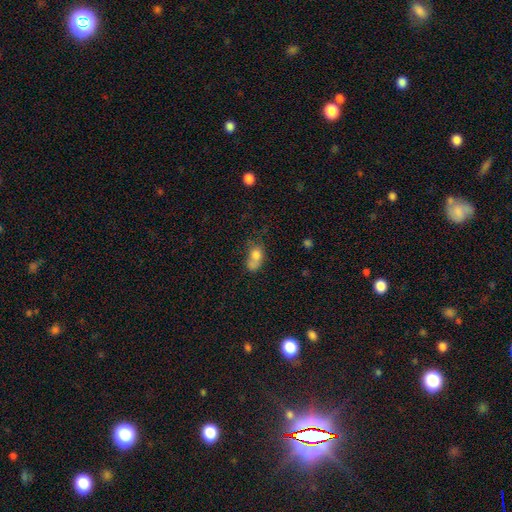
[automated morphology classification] Q: Smooth or featured?
A: smooth (74%); runner-up: featured or disk (15%)
Q: How rounded?
A: in between (70%); runner-up: round (28%)
Q: Merging?
A: merger (35%); runner-up: none (29%)